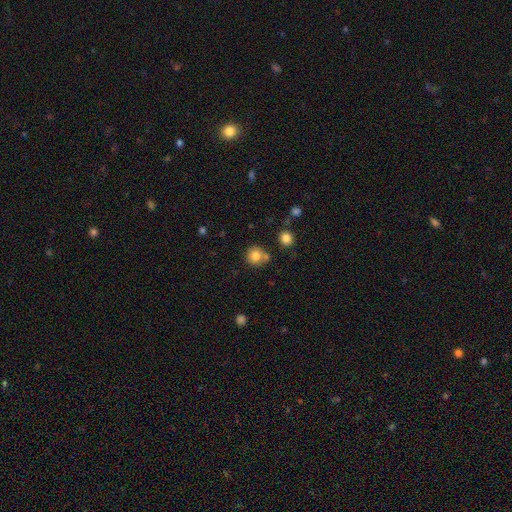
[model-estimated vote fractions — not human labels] Smooth or featured? Predicted: smooth (p=0.81). How rounded? Predicted: round (p=0.89). Merging? Predicted: none (p=0.67).